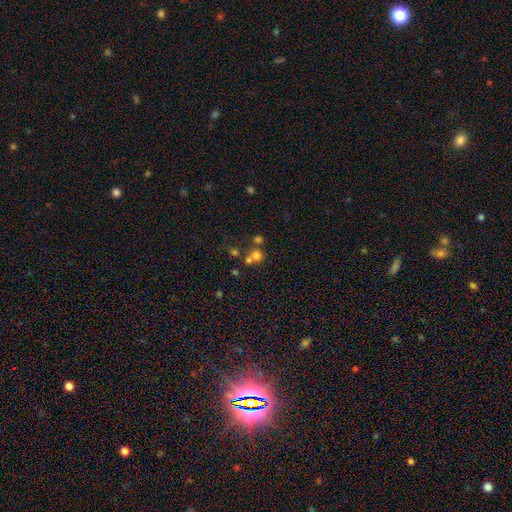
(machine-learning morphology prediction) smooth-or-featured: smooth: 68% | star or artifact: 20% | featured or disk: 12%
  how-rounded: round: 87% | in between: 12% | cigar-shaped: 1%
  merging: none: 50% | merger: 40% | minor disturbance: 7% | major disturbance: 4%